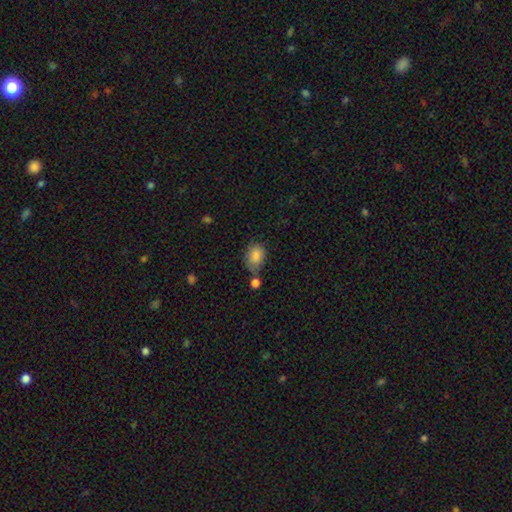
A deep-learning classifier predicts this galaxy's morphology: The model was most divided on "merging": none: 51%, minor disturbance: 25%, merger: 16%, major disturbance: 8%. More confident: smooth or featured — smooth (85%); how rounded — in between (75%).